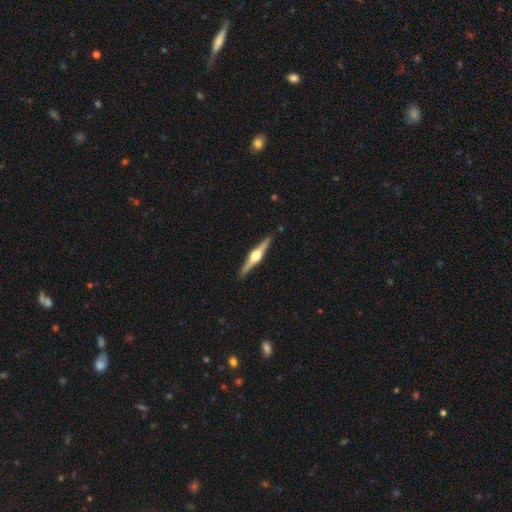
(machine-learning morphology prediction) smooth-or-featured: featured or disk: 81% | smooth: 14% | star or artifact: 5%
  disk-edge-on: yes: 98% | no: 2%
    edge-on-bulge: rounded: 95% | boxy: 3% | none: 1%
  merging: none: 91% | minor disturbance: 6% | major disturbance: 1% | merger: 1%